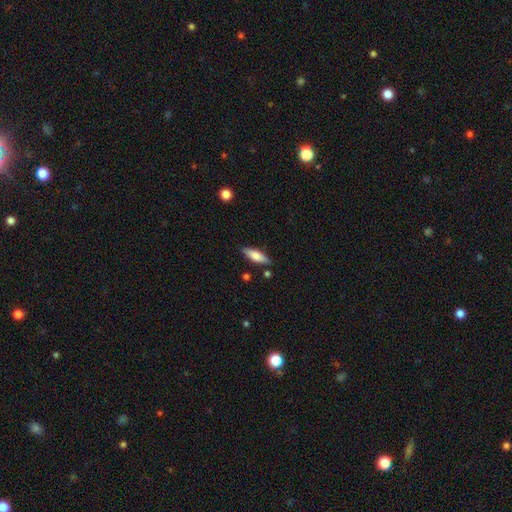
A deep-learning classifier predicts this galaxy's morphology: Smooth or featured: smooth — 71% (featured or disk — 23%)
How rounded: in between — 50% (cigar-shaped — 48%)
Merging: none — 84% (minor disturbance — 11%)